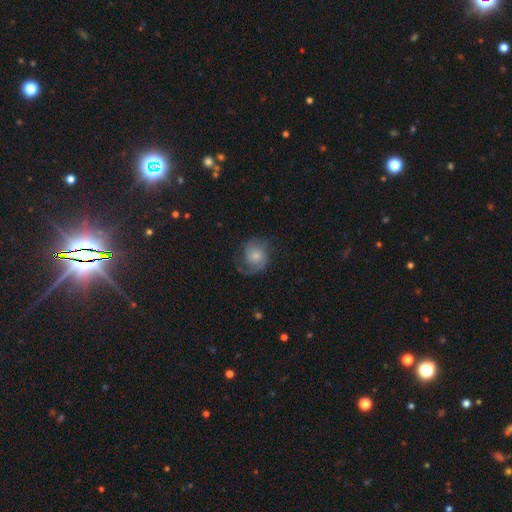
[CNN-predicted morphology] Smooth or featured: featured or disk — 62% (smooth — 31%)
Edge-on disk: no — 98% (yes — 2%)
Bar: no — 70% (weak — 26%)
Spiral arms: yes — 91% (no — 9%)
Spiral winding: medium — 43% (loose — 31%)
Spiral arm count: 2 — 58% (1 — 25%)
Bulge size: small — 46% (moderate — 38%)
Merging: none — 58% (minor disturbance — 22%)